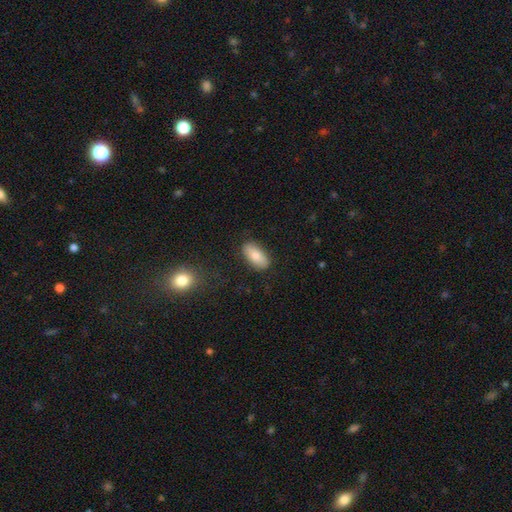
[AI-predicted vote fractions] smooth 80%, featured or disk 13%, star or artifact 7%. Down the decision tree: how rounded — in between (91%); merging — none (85%).